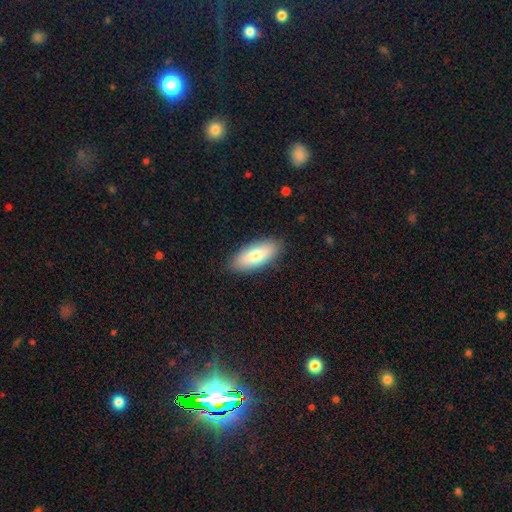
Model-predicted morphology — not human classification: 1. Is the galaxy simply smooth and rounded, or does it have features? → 74% smooth, 20% featured or disk, 6% star or artifact.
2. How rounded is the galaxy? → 80% in between, 17% cigar-shaped, 2% round.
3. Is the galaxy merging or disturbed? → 88% none, 9% minor disturbance, 2% major disturbance, 1% merger.